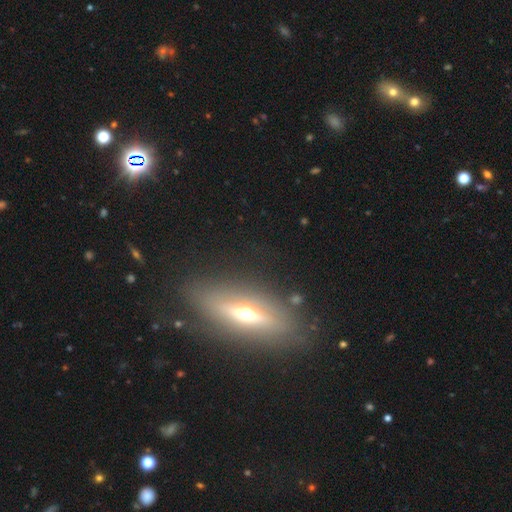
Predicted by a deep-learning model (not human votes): This appears to be a featured or disk galaxy (58%) viewed edge-on (72%). Merging: none (83%).